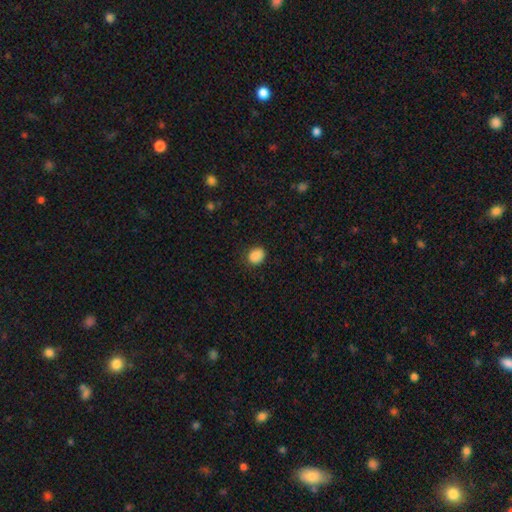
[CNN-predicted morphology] This is clearly a smooth galaxy (88%). How rounded: possibly round (59%). Merging: clearly none (82%).